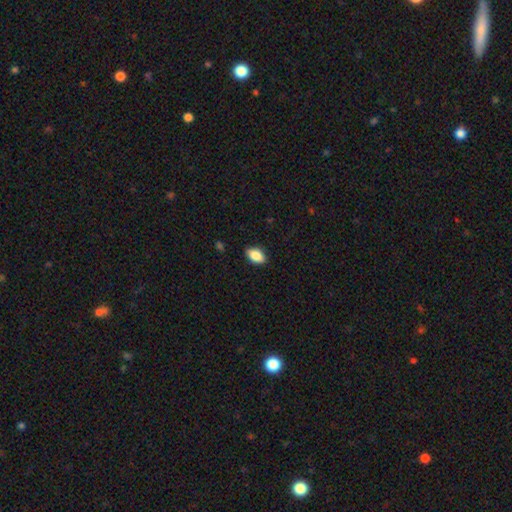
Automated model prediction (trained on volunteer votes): smooth-or-featured: smooth: 85% | featured or disk: 8% | star or artifact: 7%
  how-rounded: in between: 90% | round: 7% | cigar-shaped: 3%
  merging: none: 88% | minor disturbance: 9% | major disturbance: 2% | merger: 1%